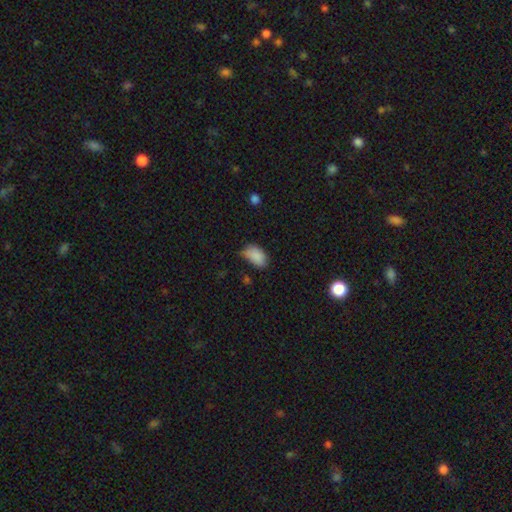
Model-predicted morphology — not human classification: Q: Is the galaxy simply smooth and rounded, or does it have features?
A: smooth — 86%.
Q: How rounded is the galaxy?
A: in between — 90%.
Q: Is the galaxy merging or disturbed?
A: none — 47%.